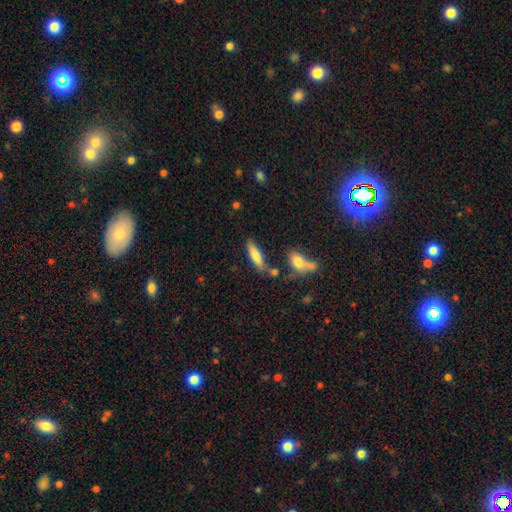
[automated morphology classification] Q: Smooth or featured?
A: smooth (74%); runner-up: featured or disk (19%)
Q: How rounded?
A: cigar-shaped (65%); runner-up: in between (33%)
Q: Merging?
A: none (62%); runner-up: minor disturbance (17%)